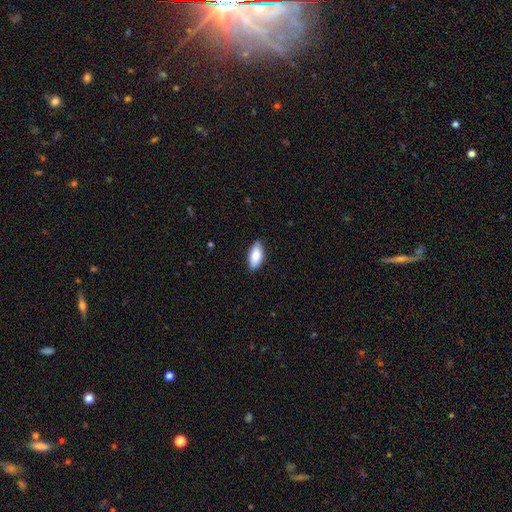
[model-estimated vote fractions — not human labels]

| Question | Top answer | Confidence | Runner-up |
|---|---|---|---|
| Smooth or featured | smooth | 87% | featured or disk (7%) |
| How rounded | in between | 88% | cigar-shaped (10%) |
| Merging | none | 86% | minor disturbance (11%) |